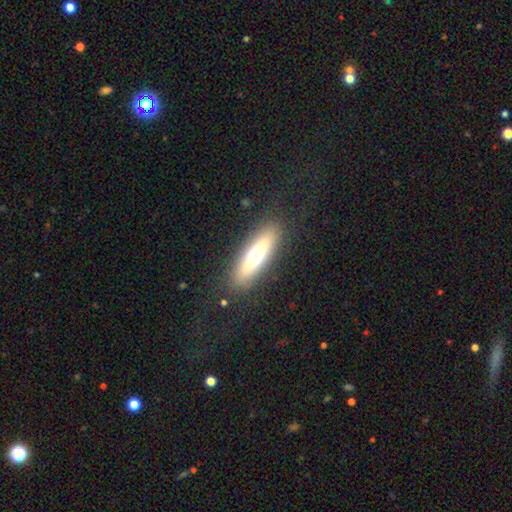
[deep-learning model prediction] A smooth galaxy with no disk features (59%) that is cigar-shaped (61%).

Vote fractions:
- Smooth or featured? smooth: 59% / featured or disk: 34% / star or artifact: 7%
- How rounded? cigar-shaped: 61% / in between: 37% / round: 2%
- Merging? none: 86% / minor disturbance: 10% / major disturbance: 4% / merger: 1%